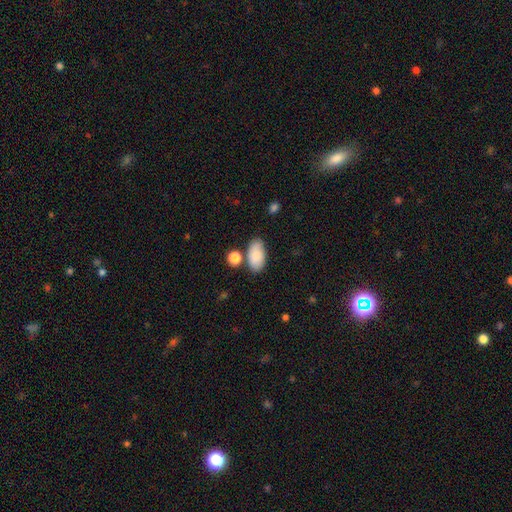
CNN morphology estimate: Overall: smooth (86%). How rounded: in between (94%). Merging: none (71%).